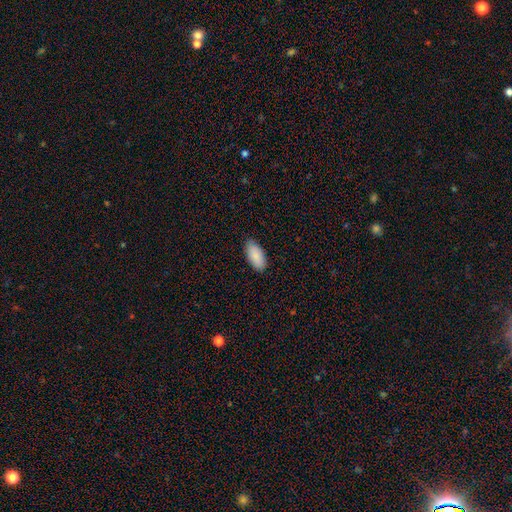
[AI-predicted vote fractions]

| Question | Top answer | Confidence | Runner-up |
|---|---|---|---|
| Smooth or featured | smooth | 89% | star or artifact (6%) |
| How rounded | in between | 93% | cigar-shaped (5%) |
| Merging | none | 85% | minor disturbance (12%) |